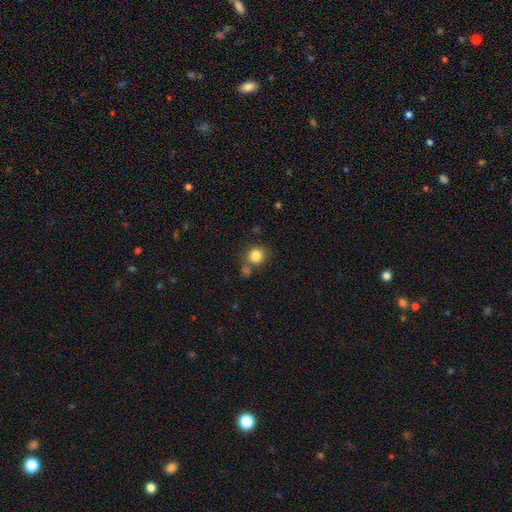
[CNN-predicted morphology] The model was most divided on "merging": none: 70%, merger: 16%, minor disturbance: 10%, major disturbance: 4%. More confident: how rounded — round (89%); smooth or featured — smooth (84%).